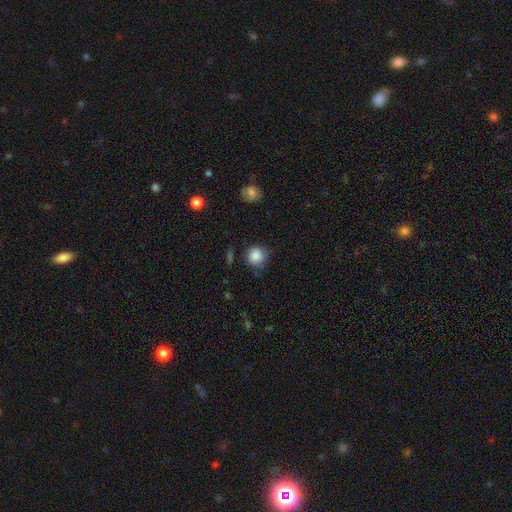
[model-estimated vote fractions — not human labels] Smooth or featured? Predicted: smooth (p=0.85). How rounded? Predicted: round (p=0.89). Merging? Predicted: none (p=0.68).